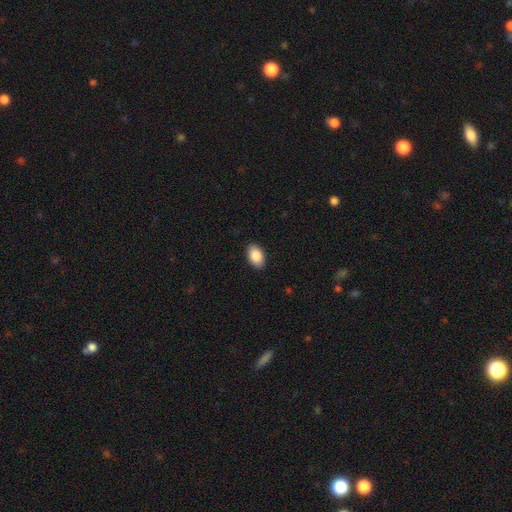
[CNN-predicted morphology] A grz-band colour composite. It shows a smooth galaxy with no disk features (88%) that is in between round and cigar-shaped (92%). Merging: none (89%).